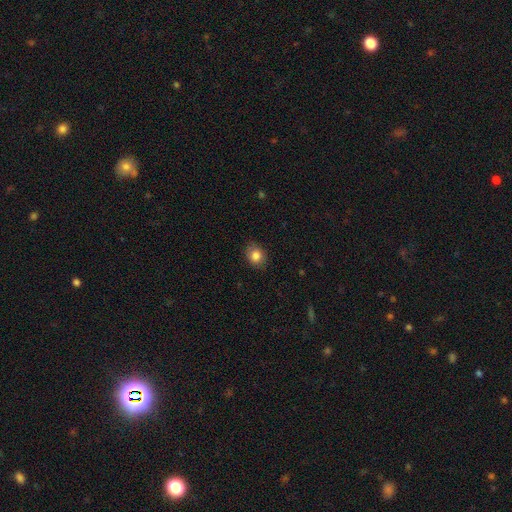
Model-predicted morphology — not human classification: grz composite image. It shows a smooth galaxy with no disk features (84%) that is round (54%). Merging: none (83%).